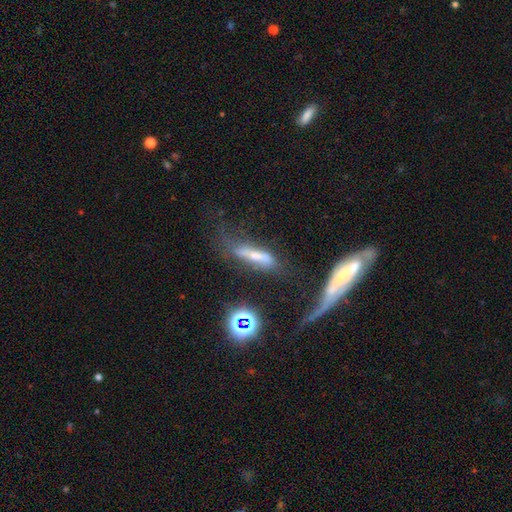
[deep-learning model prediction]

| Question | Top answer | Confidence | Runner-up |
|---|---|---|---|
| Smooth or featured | featured or disk | 48% | smooth (39%) |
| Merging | major disturbance | 29% | tied: none (29%) |